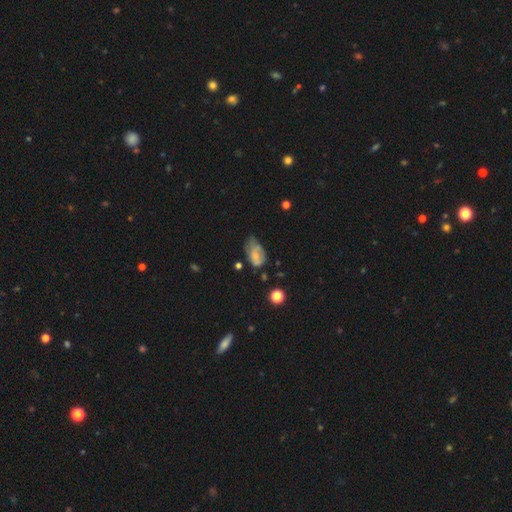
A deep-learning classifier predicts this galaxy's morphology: smooth_or_featured: smooth (p=0.58) [alt: featured or disk p=0.32]
how_rounded: in between (p=0.89) [alt: round p=0.08]
merging: minor disturbance (p=0.41) [alt: none p=0.30]